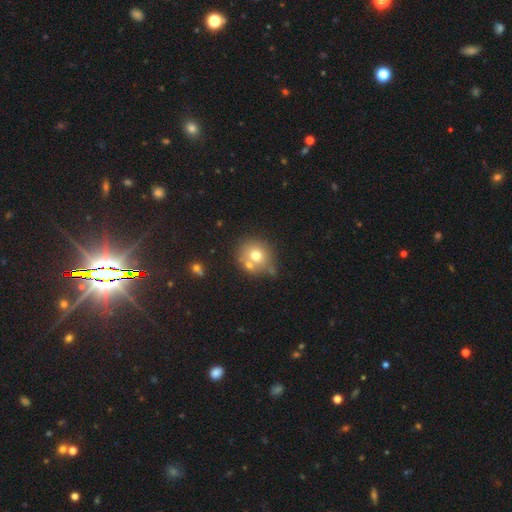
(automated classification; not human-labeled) smooth 70%, featured or disk 18%, star or artifact 12%. Down the decision tree: how rounded — round (86%); merging — none (57%).